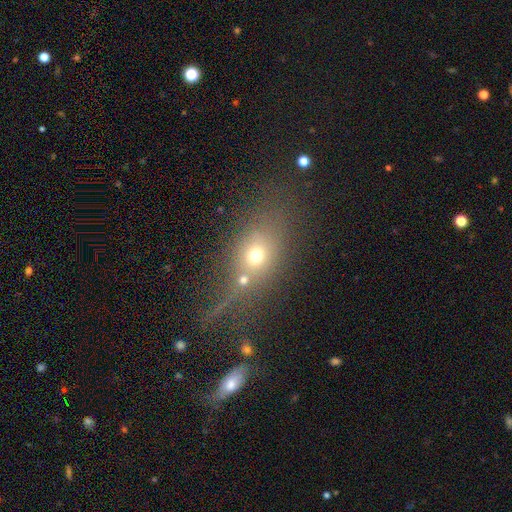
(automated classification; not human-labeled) smooth_or_featured: smooth (p=0.59) [alt: featured or disk p=0.21]
how_rounded: in between (p=0.52) [alt: round p=0.41]
merging: none (p=0.47) [alt: merger p=0.30]